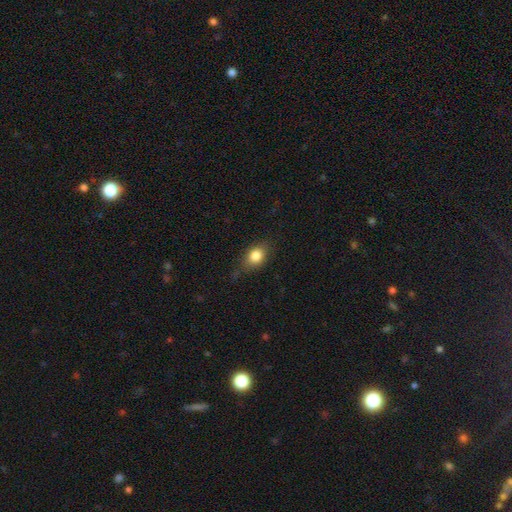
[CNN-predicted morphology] smooth-or-featured: smooth: 80% | featured or disk: 11% | star or artifact: 9%
  how-rounded: in between: 64% | round: 33% | cigar-shaped: 3%
  merging: none: 68% | minor disturbance: 23% | major disturbance: 7% | merger: 2%